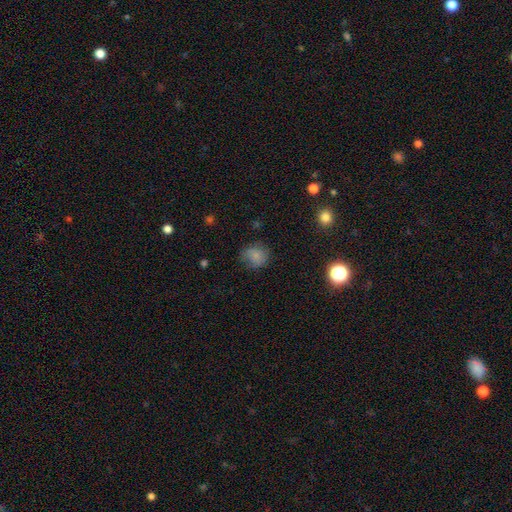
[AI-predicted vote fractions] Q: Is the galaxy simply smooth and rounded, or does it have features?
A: smooth — 78%.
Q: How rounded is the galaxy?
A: round — 78%.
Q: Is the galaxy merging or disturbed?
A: none — 70%.